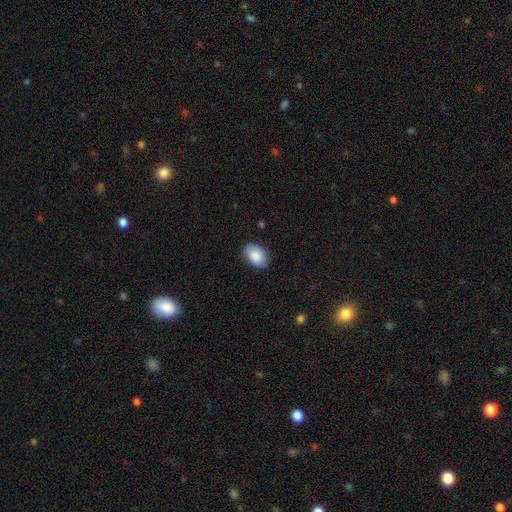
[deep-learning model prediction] A smooth galaxy with no disk features (87%) that is in between round and cigar-shaped (89%).

Vote fractions:
- Smooth or featured? smooth: 87% / featured or disk: 6% / star or artifact: 6%
- How rounded? in between: 89% / round: 10% / cigar-shaped: 1%
- Merging? none: 85% / minor disturbance: 12% / major disturbance: 2% / merger: 1%